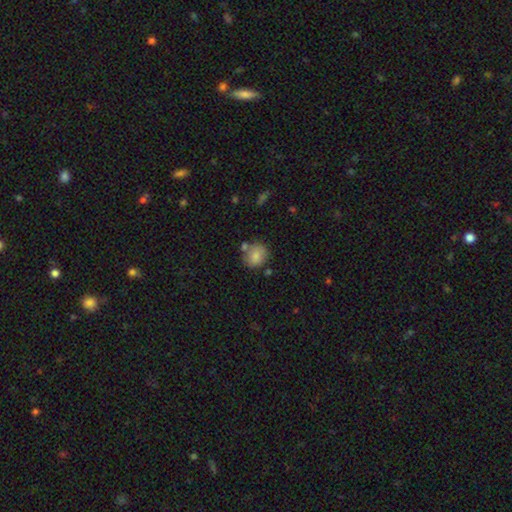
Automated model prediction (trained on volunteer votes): This is clearly a smooth galaxy (81%). How rounded: likely round (69%). Merging: likely none (68%).